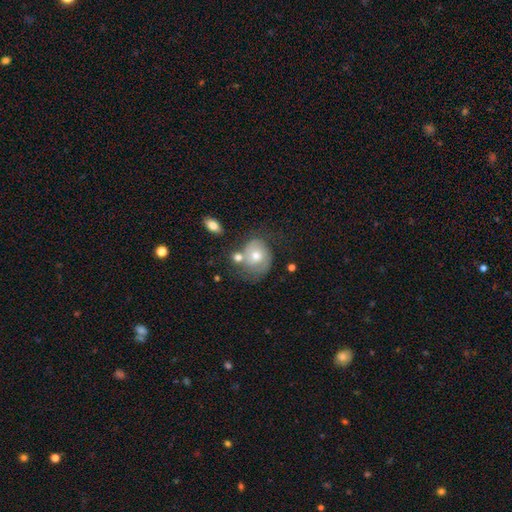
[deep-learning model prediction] A smooth galaxy with no disk features (49%).

Vote fractions:
- Smooth or featured? smooth: 49% / featured or disk: 42% / star or artifact: 8%
- Merging? none: 43% / minor disturbance: 23% / merger: 18% / major disturbance: 16%